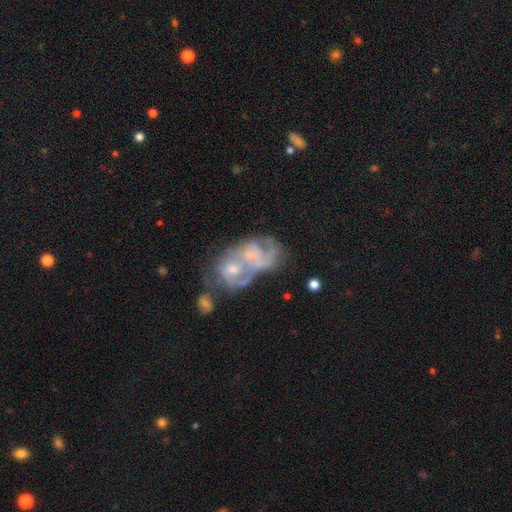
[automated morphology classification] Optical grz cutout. It shows a featured or disk galaxy (65%) with no bar (82%), no spiral arms (65%) and no central bulge (46%). Merging: merger (51%).